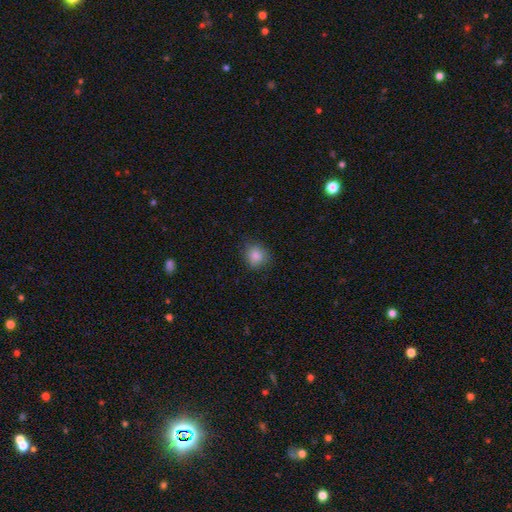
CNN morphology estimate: smooth-or-featured: smooth: 85% | star or artifact: 10% | featured or disk: 6%
  how-rounded: round: 82% | in between: 17% | cigar-shaped: 1%
  merging: none: 81% | minor disturbance: 15% | major disturbance: 3% | merger: 1%